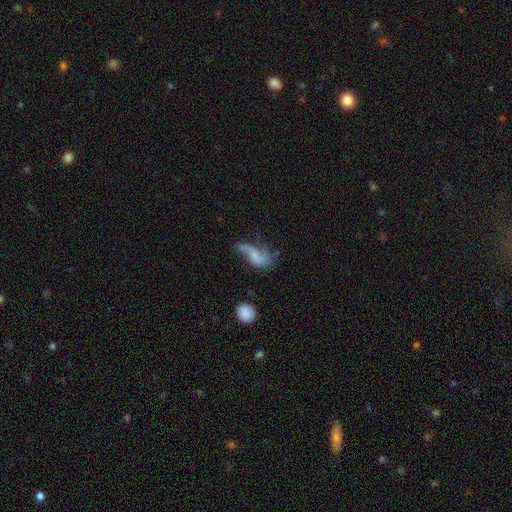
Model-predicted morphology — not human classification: This appears to be a featured or disk galaxy (46%). Merging: major disturbance (32%, tied with none).